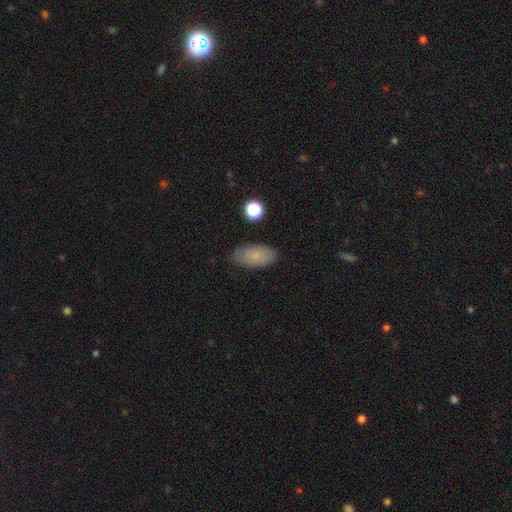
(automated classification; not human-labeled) smooth_or_featured: smooth (p=0.70) [alt: featured or disk p=0.21]
how_rounded: in between (p=0.91) [alt: cigar-shaped p=0.05]
merging: none (p=0.79) [alt: minor disturbance p=0.16]